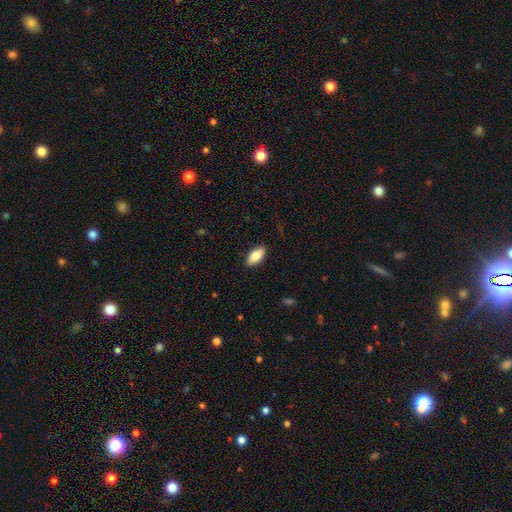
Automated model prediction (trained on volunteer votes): Smooth or featured: smooth — 78% (featured or disk — 15%)
How rounded: in between — 87% (cigar-shaped — 10%)
Merging: none — 88% (minor disturbance — 9%)